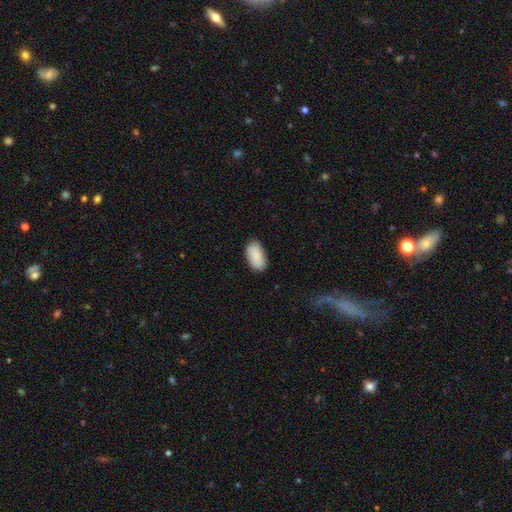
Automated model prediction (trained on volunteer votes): The model was most divided on "merging": none: 86%, minor disturbance: 11%, major disturbance: 2%, merger: 1%. More confident: how rounded — in between (95%); smooth or featured — smooth (90%).